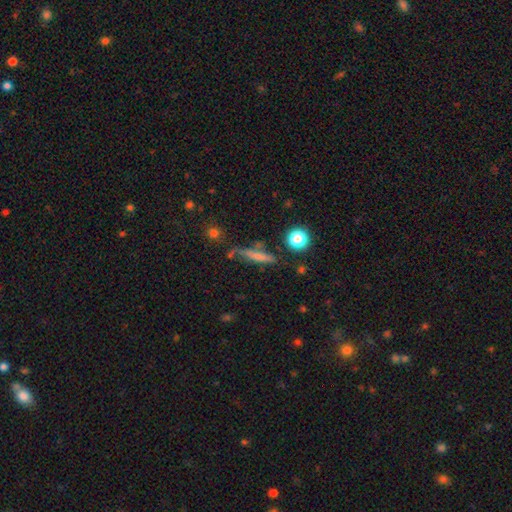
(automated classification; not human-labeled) Smooth or featured? smooth (52%)
How rounded? cigar-shaped (82%)
Merging? none (69%)